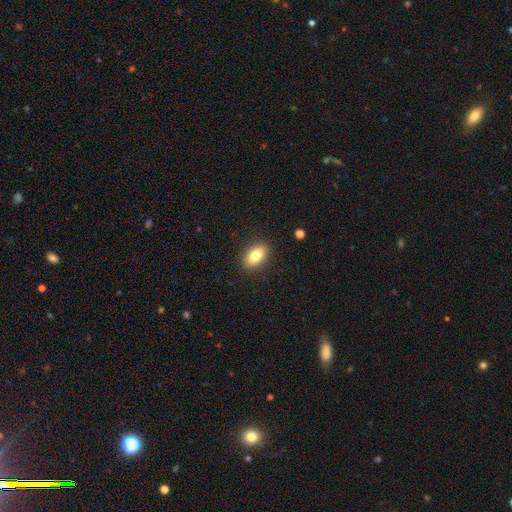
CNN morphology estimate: Smooth or featured? Predicted: smooth (p=0.80). How rounded? Predicted: in between (p=0.88). Merging? Predicted: none (p=0.89).